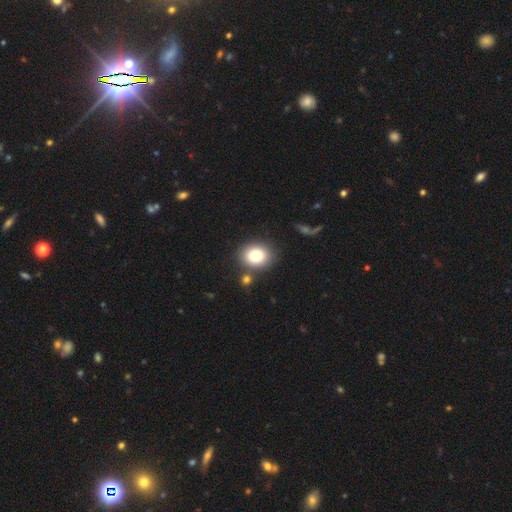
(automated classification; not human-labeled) Q: Smooth or featured?
A: smooth (82%); runner-up: featured or disk (9%)
Q: How rounded?
A: round (51%); runner-up: in between (48%)
Q: Merging?
A: none (79%); runner-up: minor disturbance (10%)